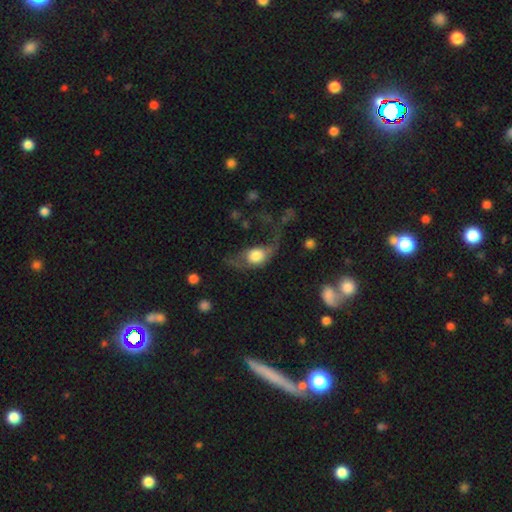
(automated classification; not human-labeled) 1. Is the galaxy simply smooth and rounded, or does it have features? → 58% smooth, 35% featured or disk, 7% star or artifact.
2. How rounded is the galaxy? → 58% in between, 39% round, 4% cigar-shaped.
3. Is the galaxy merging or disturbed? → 57% major disturbance, 19% none, 16% minor disturbance, 7% merger.